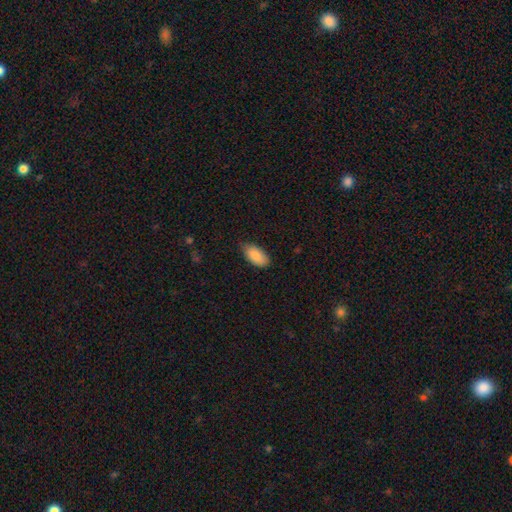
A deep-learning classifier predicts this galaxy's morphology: Smooth or featured: smooth — 89% (star or artifact — 6%)
How rounded: in between — 94% (cigar-shaped — 4%)
Merging: none — 71% (minor disturbance — 25%)